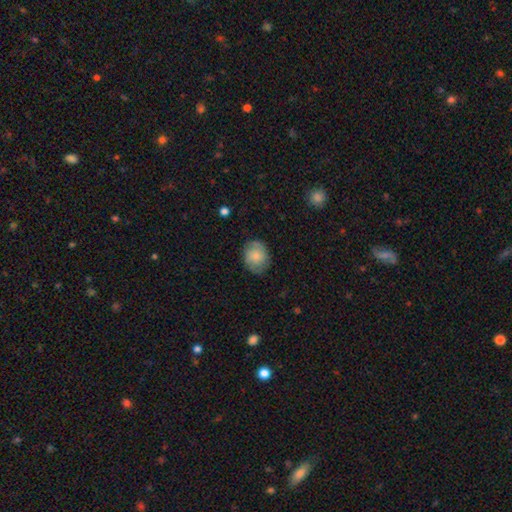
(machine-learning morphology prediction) This is likely a smooth galaxy (64%). How rounded: possibly round (54%). Merging: likely none (76%).